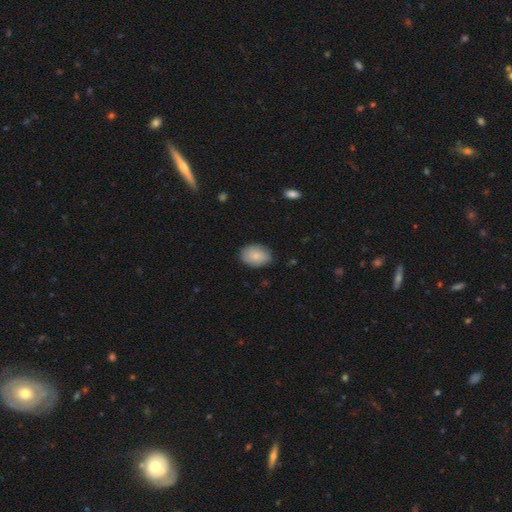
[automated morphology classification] A smooth galaxy with no disk features (81%) that is in between round and cigar-shaped (79%).

Vote fractions:
- Smooth or featured? smooth: 81% / featured or disk: 12% / star or artifact: 6%
- How rounded? in between: 79% / round: 20% / cigar-shaped: 1%
- Merging? none: 84% / minor disturbance: 12% / major disturbance: 3% / merger: 1%